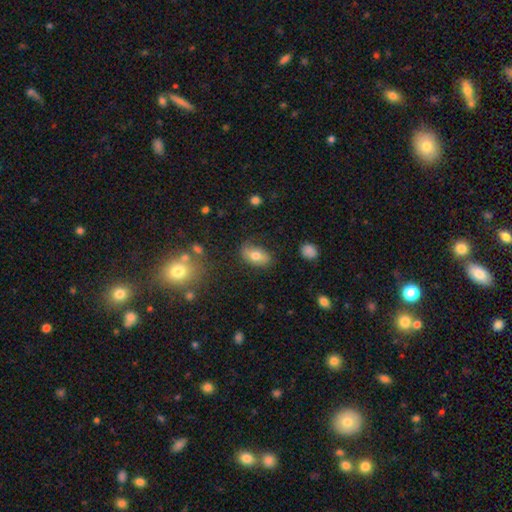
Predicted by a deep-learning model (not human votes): smooth_or_featured: smooth (p=0.66) [alt: featured or disk p=0.26]
how_rounded: in between (p=0.89) [alt: round p=0.08]
merging: none (p=0.69) [alt: minor disturbance p=0.21]